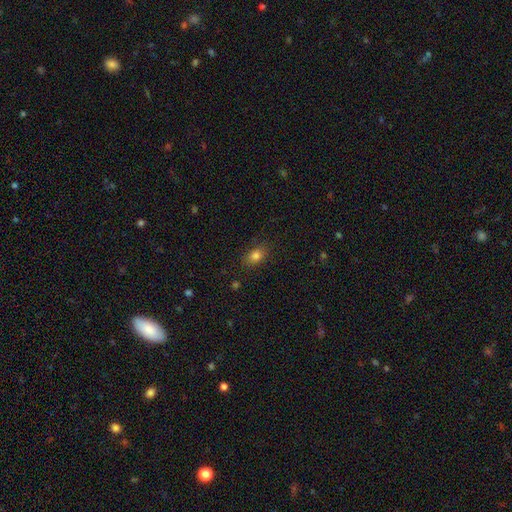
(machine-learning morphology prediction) The model was most divided on "how rounded": in between: 73%, round: 25%, cigar-shaped: 2%. More confident: merging — none (83%); smooth or featured — smooth (81%).